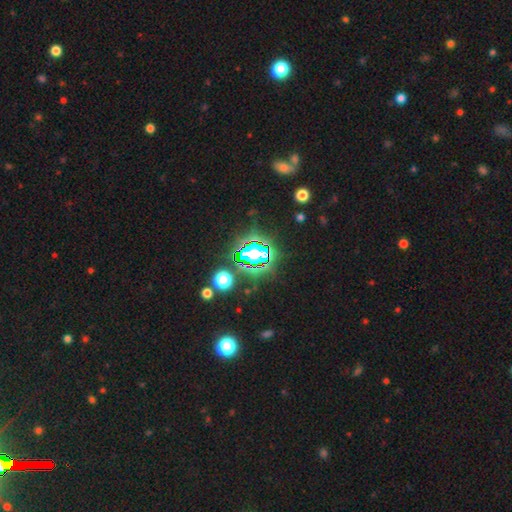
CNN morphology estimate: Overall: star or artifact (71%).